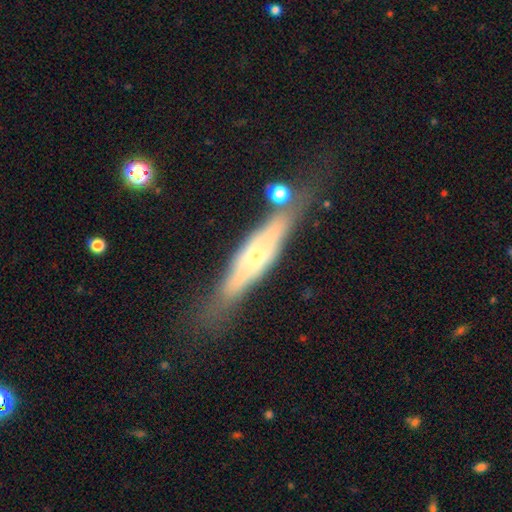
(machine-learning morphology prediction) type=featured or disk (57%); edge-on=yes (74%); merging=none (63%).